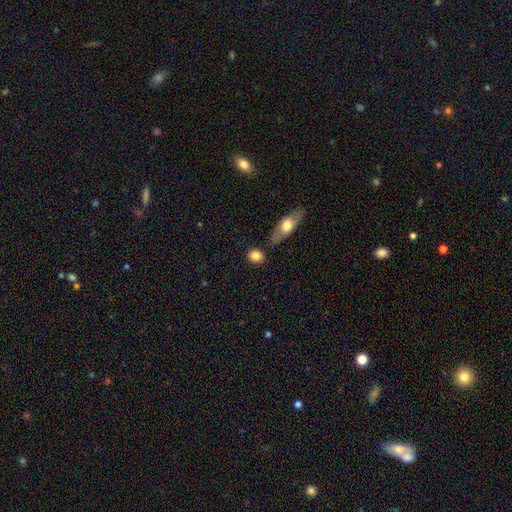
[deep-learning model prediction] A smooth galaxy with no disk features (82%) that is round (71%). Merging: none (79%).